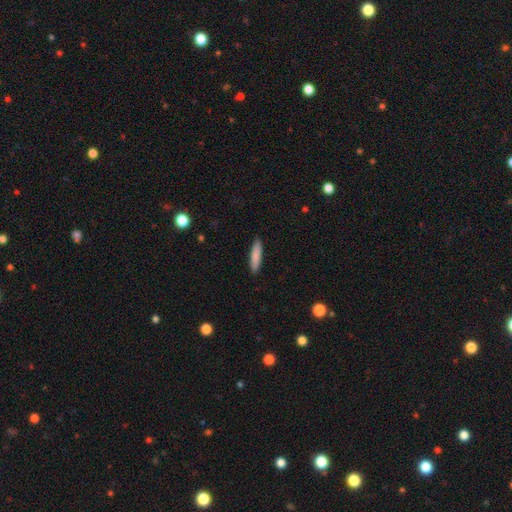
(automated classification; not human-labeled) smooth 85%, featured or disk 9%, star or artifact 6%. Down the decision tree: how rounded — cigar-shaped (83%); merging — none (90%).